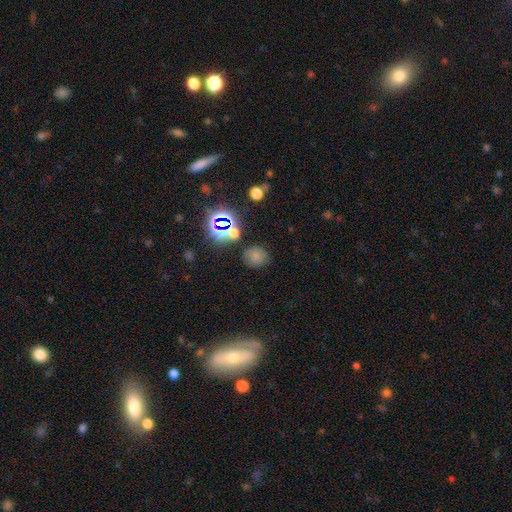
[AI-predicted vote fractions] A smooth galaxy with no disk features (68%) that is round (76%). Merging: none (77%).